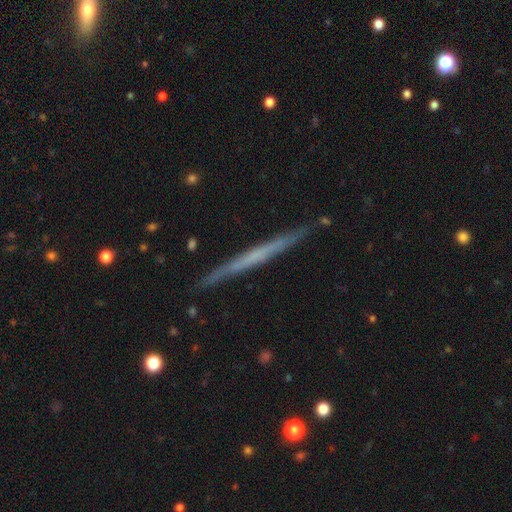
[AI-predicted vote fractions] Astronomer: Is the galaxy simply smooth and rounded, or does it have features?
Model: featured or disk — 58% (runner-up: smooth, 37%).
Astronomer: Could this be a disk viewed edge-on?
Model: yes — 98%.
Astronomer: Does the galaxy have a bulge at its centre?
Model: none — 89%.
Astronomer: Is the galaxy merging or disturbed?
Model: none — 91%.